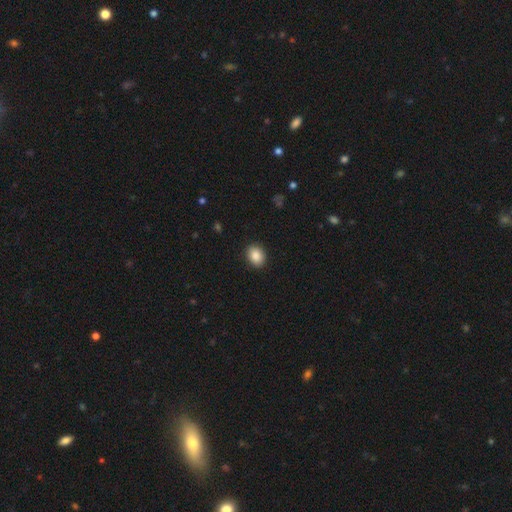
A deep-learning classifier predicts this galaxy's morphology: Q: Smooth or featured?
A: smooth (88%); runner-up: star or artifact (8%)
Q: How rounded?
A: in between (55%); runner-up: round (44%)
Q: Merging?
A: none (90%); runner-up: minor disturbance (7%)